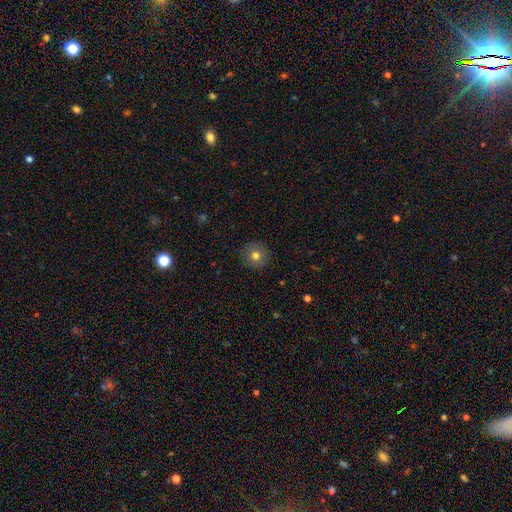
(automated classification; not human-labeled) This is likely a smooth galaxy (77%). How rounded: clearly round (93%). Merging: clearly none (90%).